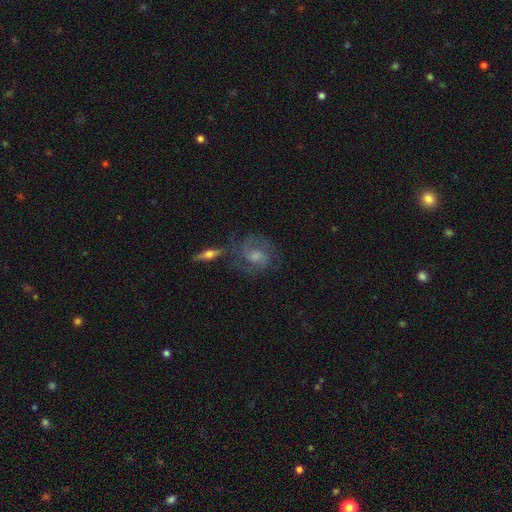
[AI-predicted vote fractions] Overall: featured or disk (76%). Edge-on disk: no (95%). Bar: weak (46%; no 44%). Spiral arms: yes (93%). Spiral arm count: 2 (70%). Spiral winding: medium (49%; tight 36%). Bulge size: moderate (45%; small 34%). Merging: none (67%).